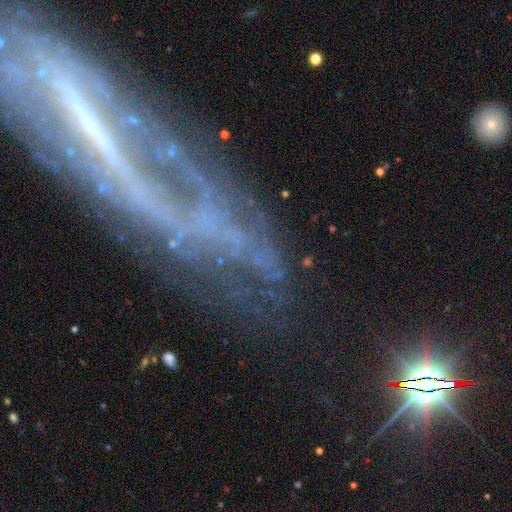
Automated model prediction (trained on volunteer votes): A featured or disk galaxy (70%). Merging: none (48%).